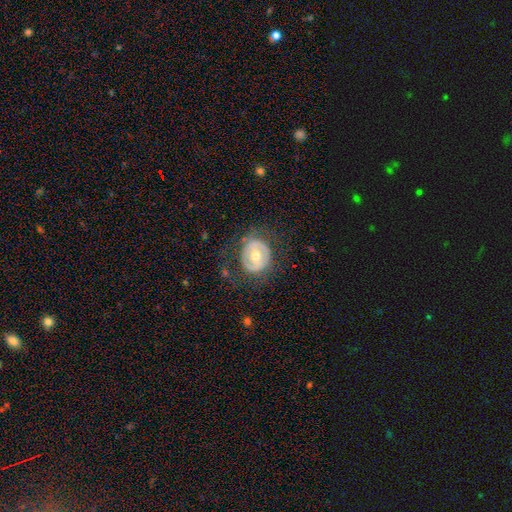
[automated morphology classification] Smooth or featured? featured or disk (61%)
Edge-on disk? no (96%)
Bar? no (41%)
Spiral arms? no (59%)
Bulge size? moderate (67%)
Merging? none (64%)